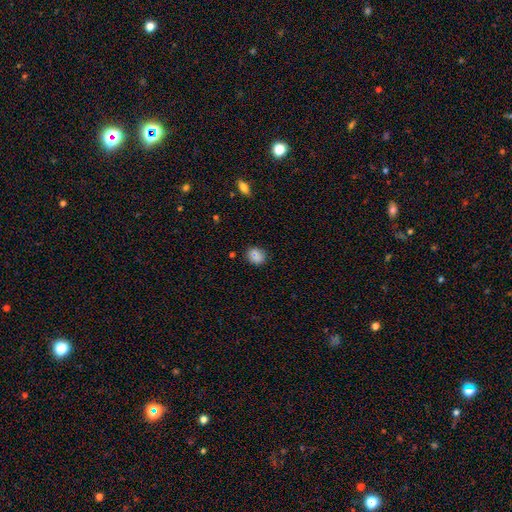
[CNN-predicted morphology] The model was most divided on "how rounded": round: 69%, in between: 30%, cigar-shaped: 1%. More confident: smooth or featured — smooth (83%); merging — none (83%).